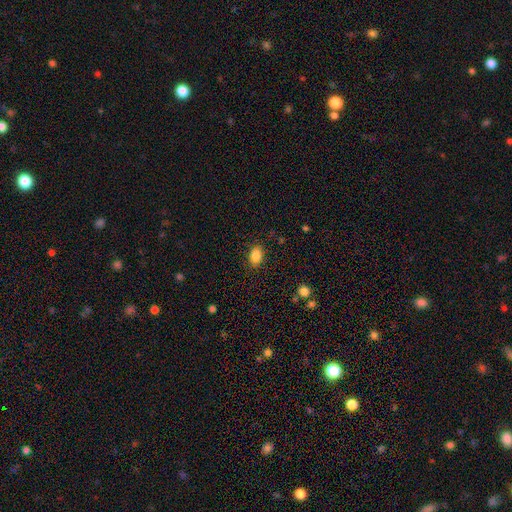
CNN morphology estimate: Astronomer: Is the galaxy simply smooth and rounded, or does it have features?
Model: smooth — 86%.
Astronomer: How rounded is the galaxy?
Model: in between — 82%.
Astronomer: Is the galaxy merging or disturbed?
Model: none — 86%.